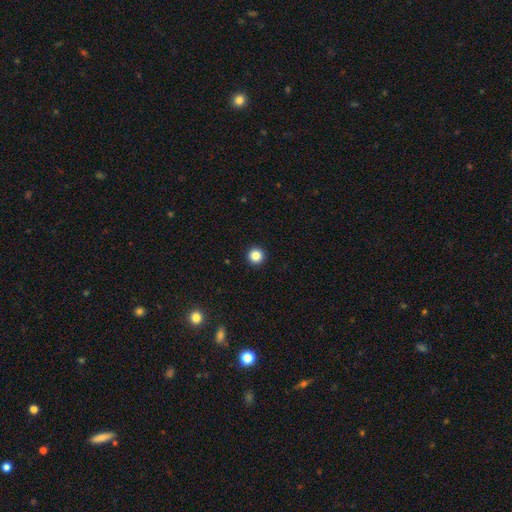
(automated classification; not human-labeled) A smooth galaxy with no disk features (86%) that is round (97%).

Vote fractions:
- Smooth or featured? smooth: 86% / star or artifact: 11% / featured or disk: 4%
- How rounded? round: 97% / in between: 3% / cigar-shaped: 1%
- Merging? none: 94% / minor disturbance: 4% / major disturbance: 1% / merger: 1%